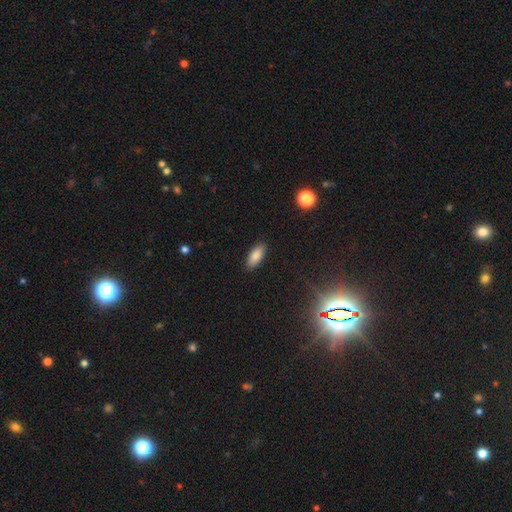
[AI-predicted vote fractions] Overall: smooth (85%). How rounded: in between (81%). Merging: none (88%).